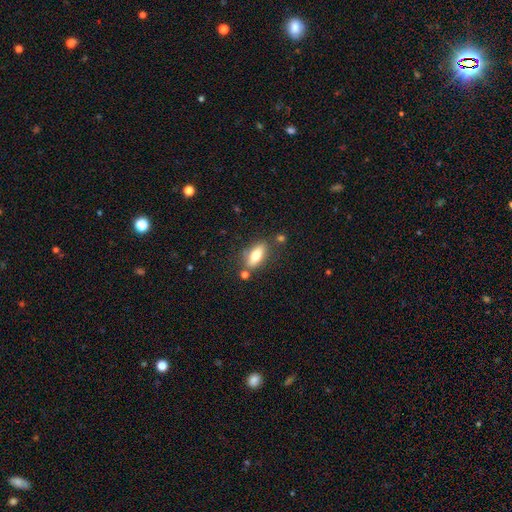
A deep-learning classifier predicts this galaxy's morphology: smooth-or-featured: smooth: 70% | featured or disk: 23% | star or artifact: 7%
  how-rounded: in between: 77% | cigar-shaped: 19% | round: 4%
  merging: none: 72% | minor disturbance: 15% | merger: 9% | major disturbance: 4%